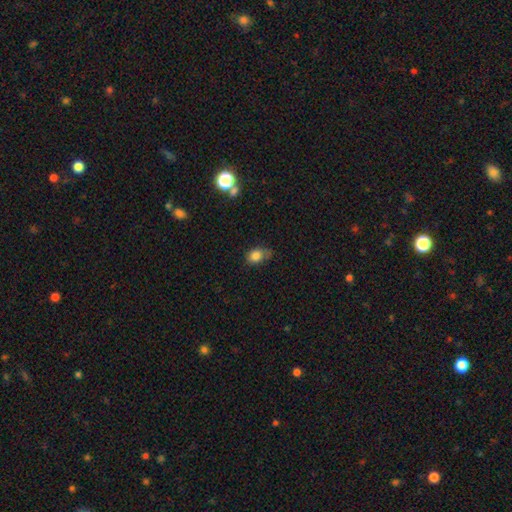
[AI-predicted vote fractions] Smooth or featured? Predicted: smooth (p=0.81). How rounded? Predicted: in between (p=0.62). Merging? Predicted: none (p=0.45).